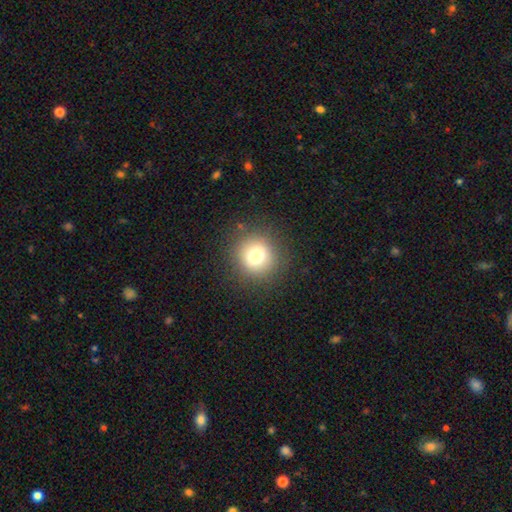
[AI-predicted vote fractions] A smooth galaxy with no disk features (74%) that is round (87%).

Vote fractions:
- Smooth or featured? smooth: 74% / featured or disk: 13% / star or artifact: 13%
- How rounded? round: 87% / in between: 12% / cigar-shaped: 1%
- Merging? none: 86% / minor disturbance: 8% / major disturbance: 4% / merger: 1%